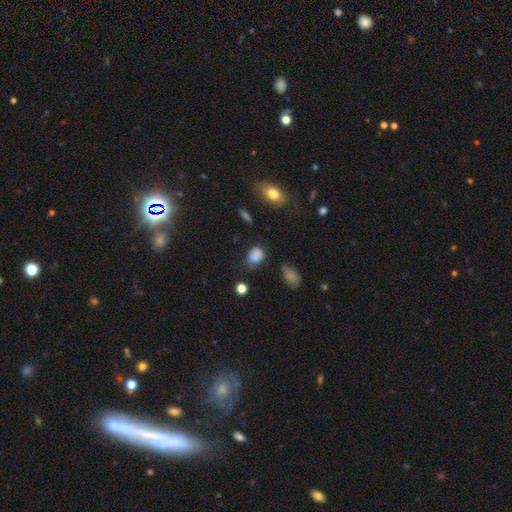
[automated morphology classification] smooth_or_featured: smooth (p=0.82) [alt: star or artifact p=0.12]
how_rounded: in between (p=0.66) [alt: round p=0.32]
merging: none (p=0.55) [alt: minor disturbance p=0.31]